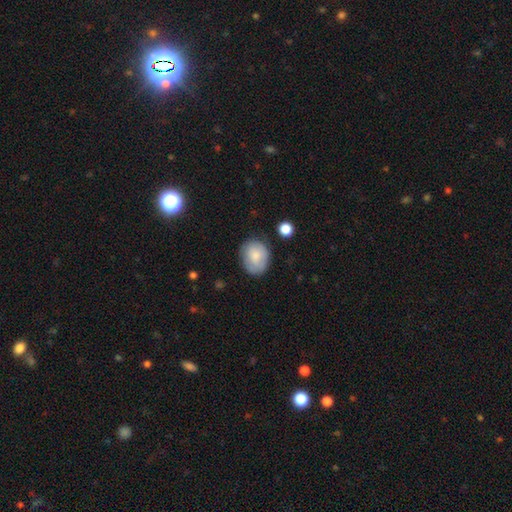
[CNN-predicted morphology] Overall: smooth (78%). How rounded: in between (55%; round 44%). Merging: none (73%).